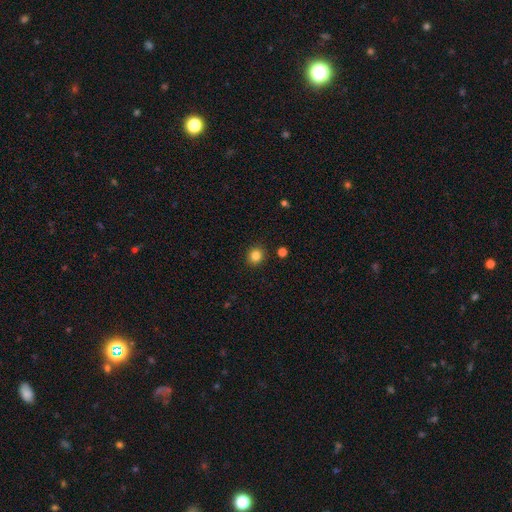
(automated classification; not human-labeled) smooth_or_featured: smooth (p=0.84) [alt: star or artifact p=0.12]
how_rounded: round (p=0.82) [alt: in between p=0.17]
merging: none (p=0.90) [alt: minor disturbance p=0.06]